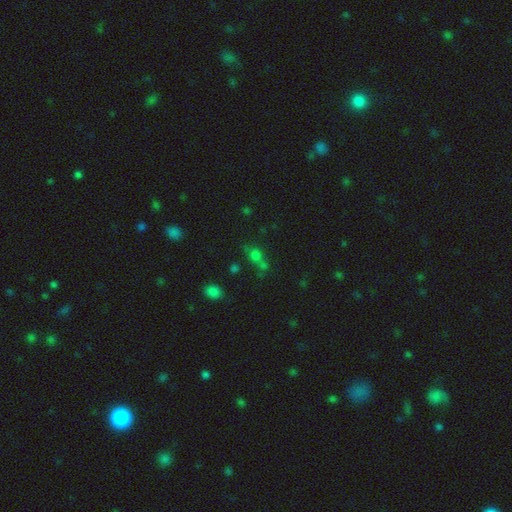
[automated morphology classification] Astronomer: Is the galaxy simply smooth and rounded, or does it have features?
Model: smooth — 60%.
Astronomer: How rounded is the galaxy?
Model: round — 64%.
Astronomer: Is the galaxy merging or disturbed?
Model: none — 47% (runner-up: merger, 32%).